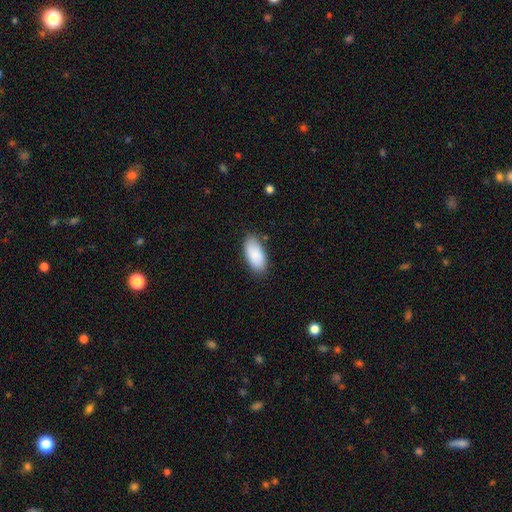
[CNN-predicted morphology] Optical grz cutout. It shows a smooth galaxy with no disk features (88%) that is in between round and cigar-shaped (94%). Merging: none (83%).